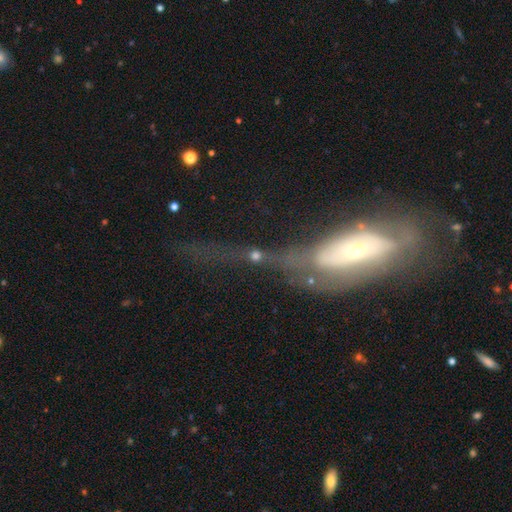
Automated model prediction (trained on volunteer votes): Morphology: type=featured or disk (41%); merging=none (39%).